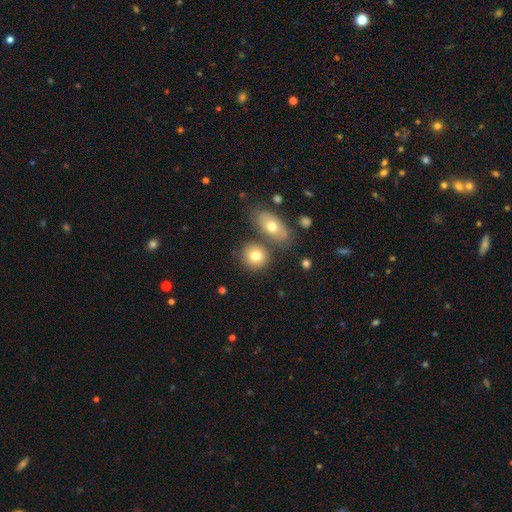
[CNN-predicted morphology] smooth-or-featured: smooth: 76% | featured or disk: 15% | star or artifact: 9%
  how-rounded: round: 75% | in between: 23% | cigar-shaped: 1%
  merging: none: 67% | merger: 18% | minor disturbance: 11% | major disturbance: 4%